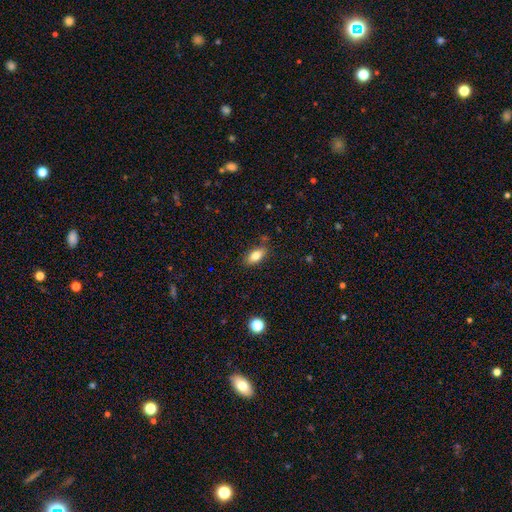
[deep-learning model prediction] Smooth or featured?
  - smooth: 79% *
  - featured or disk: 12%
  - star or artifact: 8%
How rounded?
  - in between: 87% *
  - cigar-shaped: 8%
  - round: 5%
Merging?
  - none: 80% *
  - minor disturbance: 14%
  - merger: 3%
  - major disturbance: 3%